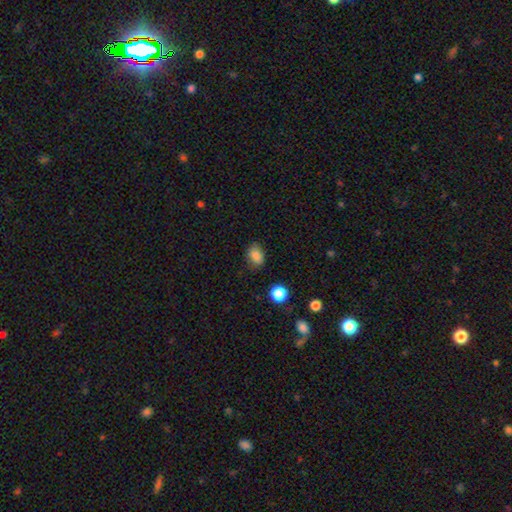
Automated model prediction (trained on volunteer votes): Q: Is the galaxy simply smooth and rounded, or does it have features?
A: smooth — 85%.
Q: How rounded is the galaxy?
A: in between — 72%.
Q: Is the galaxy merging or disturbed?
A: none — 78%.